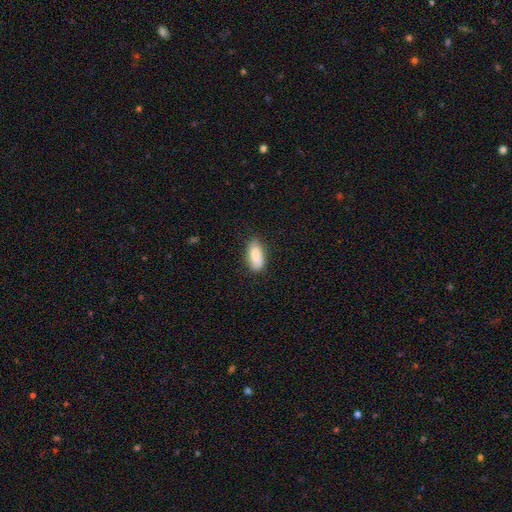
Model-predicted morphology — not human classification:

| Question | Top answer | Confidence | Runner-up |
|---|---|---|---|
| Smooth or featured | smooth | 84% | featured or disk (10%) |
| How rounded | in between | 89% | cigar-shaped (8%) |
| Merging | none | 77% | minor disturbance (19%) |